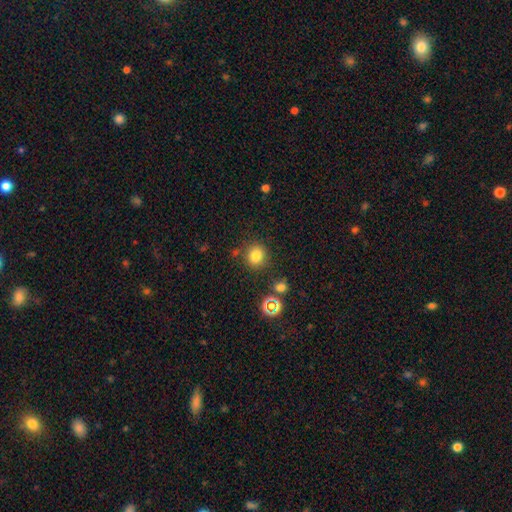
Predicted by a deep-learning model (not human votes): Smooth or featured? Predicted: smooth (p=0.79). How rounded? Predicted: round (p=0.88). Merging? Predicted: none (p=0.82).